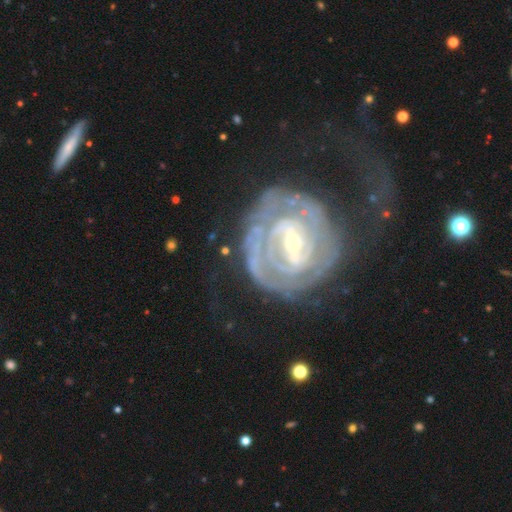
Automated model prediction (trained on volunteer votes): Smooth or featured? featured or disk (86%)
Edge-on disk? no (97%)
Bar? weak (43%)
Spiral arms? yes (88%)
Spiral winding? tight (74%)
Spiral arm count? can't tell (42%)
Bulge size? small (64%)
Merging? none (55%)